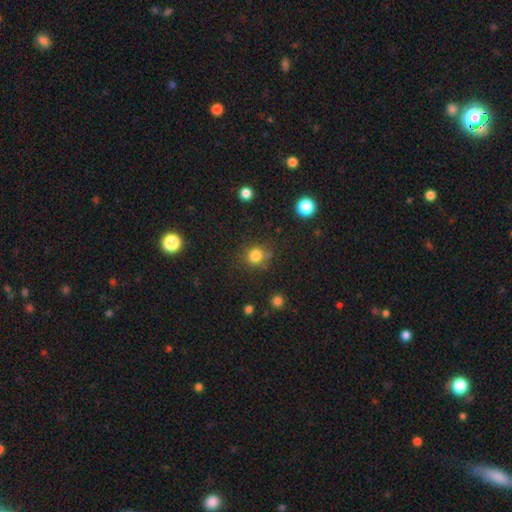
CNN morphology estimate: Smooth or featured? smooth (81%)
How rounded? round (83%)
Merging? none (75%)